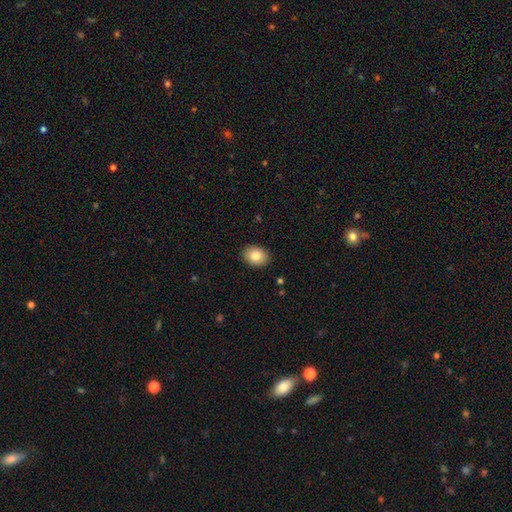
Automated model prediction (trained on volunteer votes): smooth 83%, featured or disk 9%, star or artifact 8%. Down the decision tree: how rounded — in between (62%); merging — none (90%).